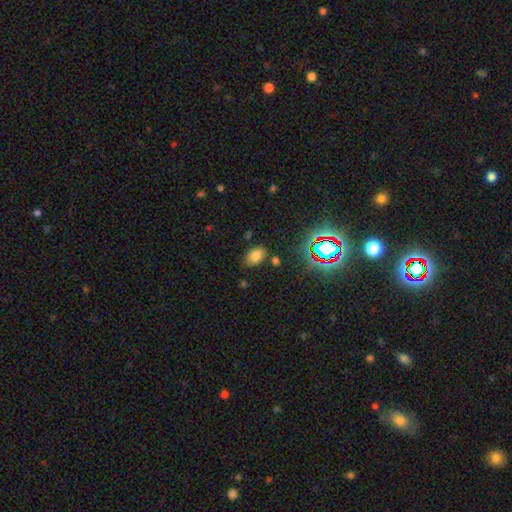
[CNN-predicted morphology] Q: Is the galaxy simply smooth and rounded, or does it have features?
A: smooth — 74%.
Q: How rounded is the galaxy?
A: in between — 85%.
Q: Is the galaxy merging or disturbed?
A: none — 79%.